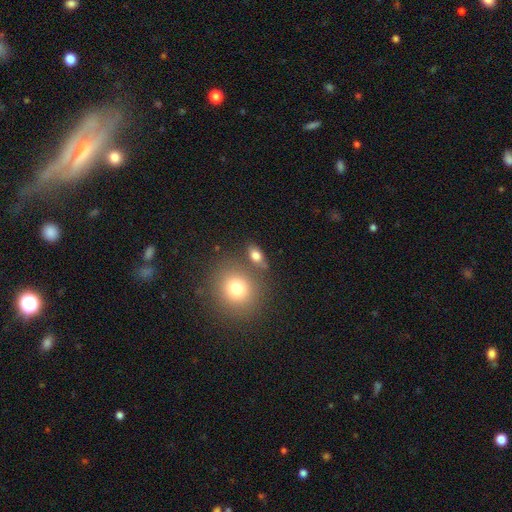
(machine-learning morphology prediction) This is likely a smooth galaxy (79%). How rounded: likely in between (75%). Merging: likely none (70%).